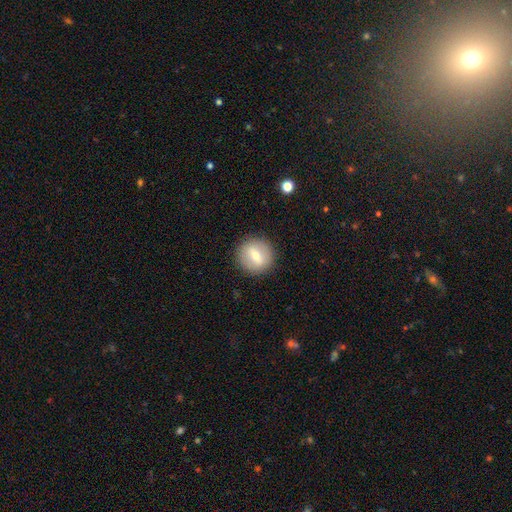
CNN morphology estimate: This appears to be a smooth galaxy with no disk features (62%) that is round (91%). Merging: none (89%).